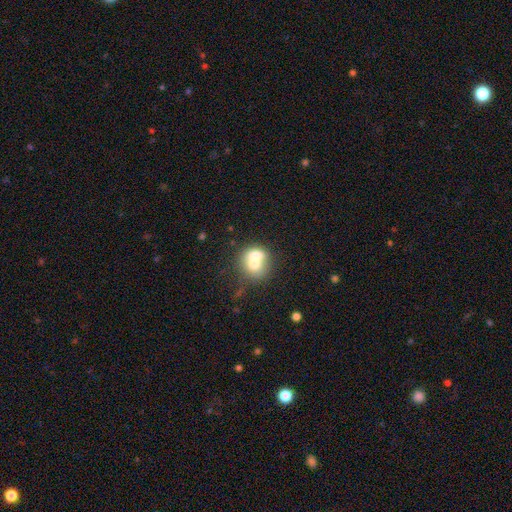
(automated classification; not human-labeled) Overall: smooth (64%; featured or disk 26%). How rounded: round (73%). Merging: merger (65%).